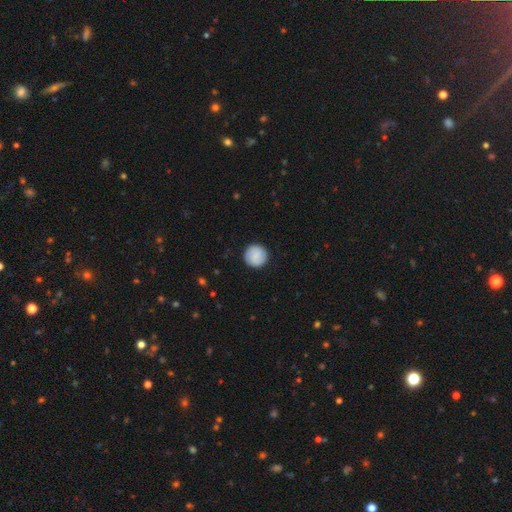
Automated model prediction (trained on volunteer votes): smooth-or-featured: smooth: 84% | featured or disk: 10% | star or artifact: 6%
  how-rounded: round: 96% | in between: 3% | cigar-shaped: 1%
  merging: none: 91% | minor disturbance: 6% | major disturbance: 2% | merger: 1%